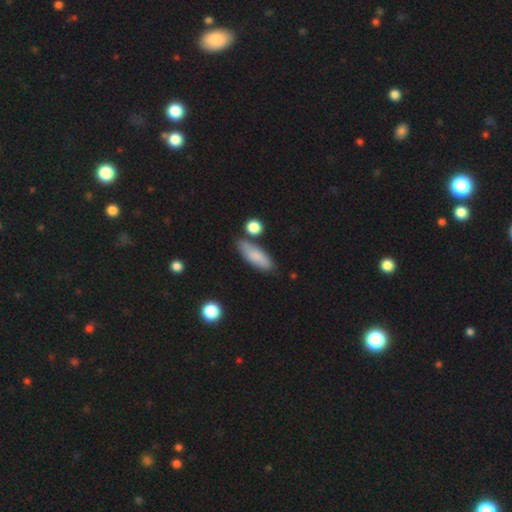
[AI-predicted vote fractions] This appears to be a smooth galaxy with no disk features (77%) that is in between round and cigar-shaped (65%). Merging: none (72%).